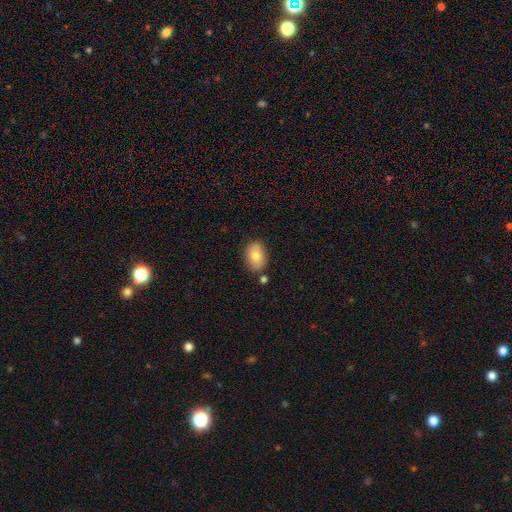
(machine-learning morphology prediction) A smooth galaxy with no disk features (79%) that is in between round and cigar-shaped (83%).

Vote fractions:
- Smooth or featured? smooth: 79% / featured or disk: 13% / star or artifact: 8%
- How rounded? in between: 83% / round: 16% / cigar-shaped: 1%
- Merging? none: 79% / minor disturbance: 13% / merger: 5% / major disturbance: 3%